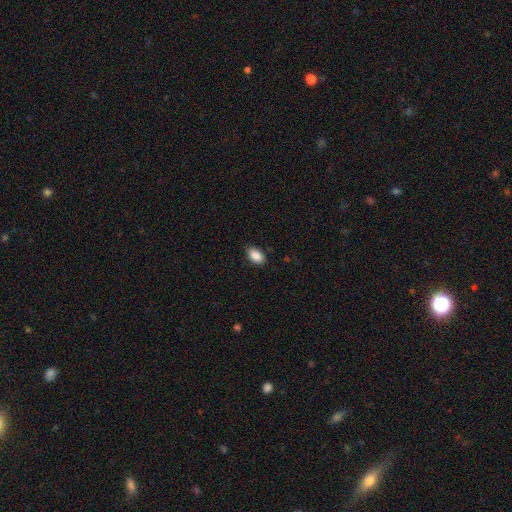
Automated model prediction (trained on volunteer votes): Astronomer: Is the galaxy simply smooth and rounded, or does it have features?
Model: smooth — 89%.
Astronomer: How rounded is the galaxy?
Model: in between — 91%.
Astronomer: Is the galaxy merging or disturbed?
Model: none — 87%.